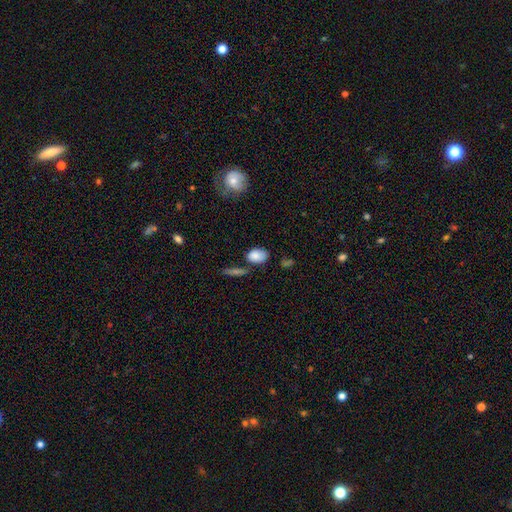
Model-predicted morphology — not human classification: smooth 84%, star or artifact 8%, featured or disk 7%. Down the decision tree: how rounded — in between (86%); merging — none (66%).